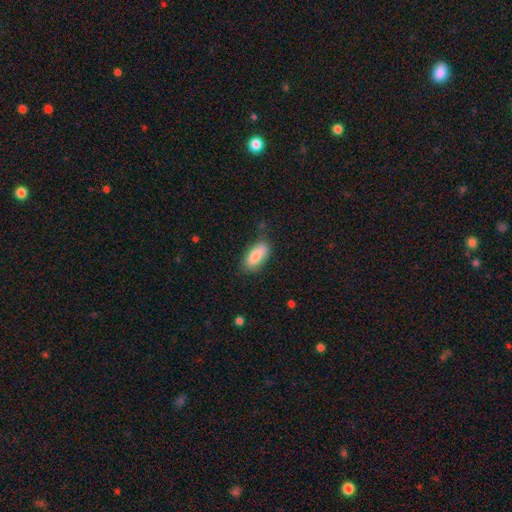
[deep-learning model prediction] Smooth or featured?
  - smooth: 83% *
  - featured or disk: 10%
  - star or artifact: 7%
How rounded?
  - in between: 87% *
  - cigar-shaped: 10%
  - round: 3%
Merging?
  - none: 72% *
  - minor disturbance: 21%
  - major disturbance: 5%
  - merger: 2%